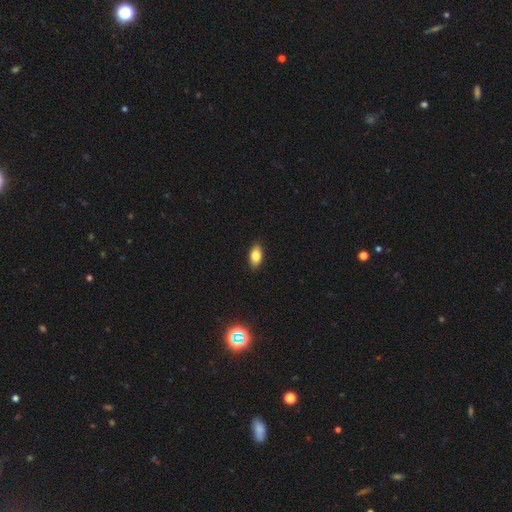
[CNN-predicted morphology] smooth-or-featured: smooth: 82% | featured or disk: 10% | star or artifact: 8%
  how-rounded: in between: 90% | cigar-shaped: 6% | round: 4%
  merging: none: 89% | minor disturbance: 8% | major disturbance: 2% | merger: 1%